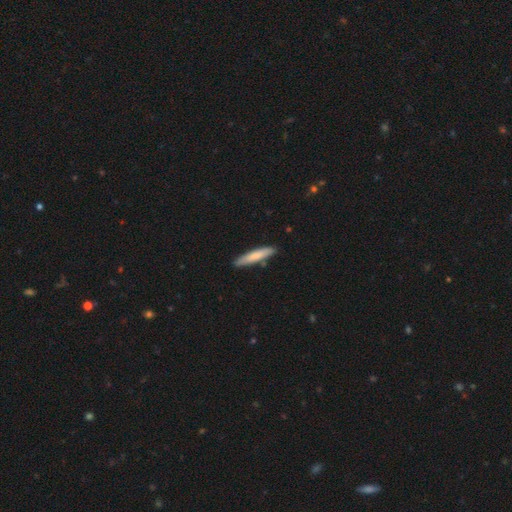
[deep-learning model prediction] Smooth or featured? Predicted: smooth (p=0.76). How rounded? Predicted: cigar-shaped (p=0.90). Merging? Predicted: none (p=0.85).